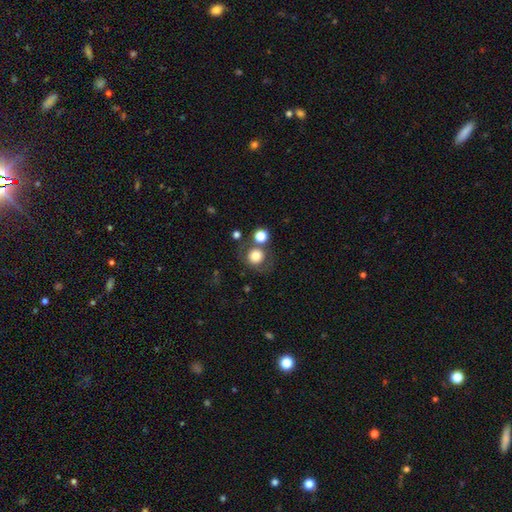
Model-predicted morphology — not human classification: A smooth galaxy with no disk features (75%) that is round (86%). Merging: none (64%).